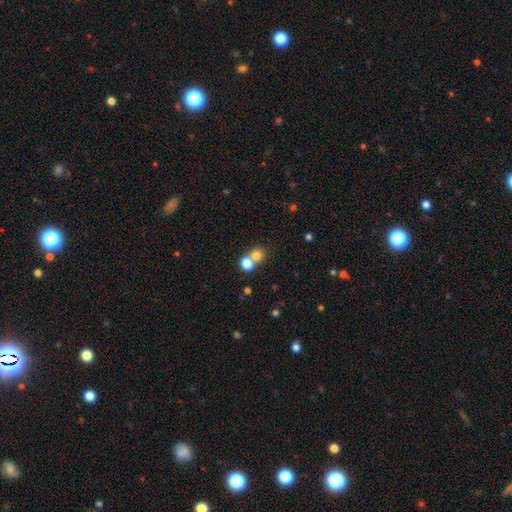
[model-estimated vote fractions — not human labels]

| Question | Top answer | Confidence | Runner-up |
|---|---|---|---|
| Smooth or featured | smooth | 76% | star or artifact (13%) |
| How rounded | round | 81% | in between (18%) |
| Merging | merger | 50% | none (42%) |